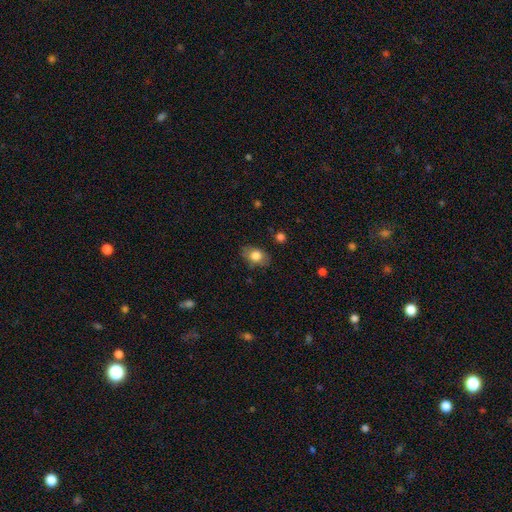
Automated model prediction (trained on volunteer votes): Smooth or featured?
  - smooth: 79% *
  - featured or disk: 12%
  - star or artifact: 8%
How rounded?
  - in between: 80% *
  - round: 19%
  - cigar-shaped: 2%
Merging?
  - none: 81% *
  - minor disturbance: 14%
  - major disturbance: 3%
  - merger: 1%